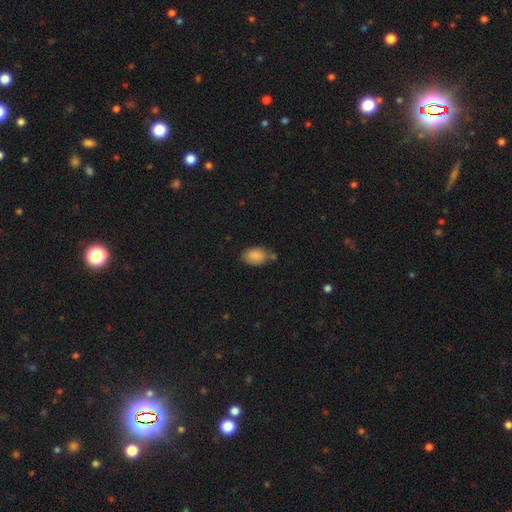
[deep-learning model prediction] smooth-or-featured: smooth: 87% | star or artifact: 8% | featured or disk: 6%
  how-rounded: in between: 86% | round: 12% | cigar-shaped: 1%
  merging: none: 65% | minor disturbance: 21% | merger: 9% | major disturbance: 5%